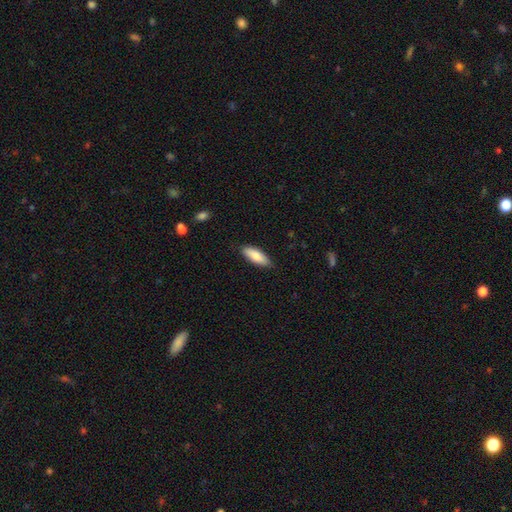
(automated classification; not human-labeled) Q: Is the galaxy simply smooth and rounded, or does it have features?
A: smooth — 82%.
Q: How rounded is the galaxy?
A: in between — 68%.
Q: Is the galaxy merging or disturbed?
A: none — 84%.